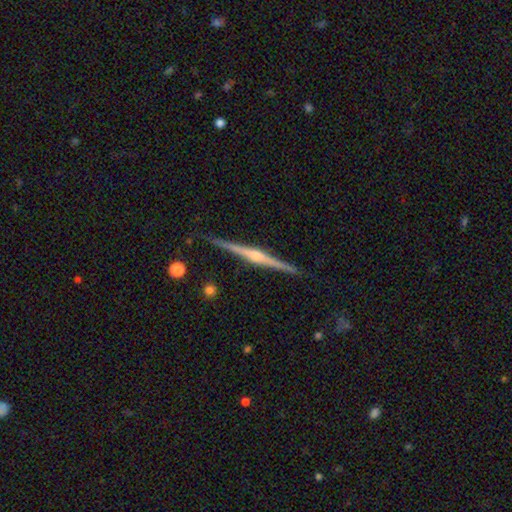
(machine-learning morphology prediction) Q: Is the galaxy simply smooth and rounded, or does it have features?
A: featured or disk — 85%.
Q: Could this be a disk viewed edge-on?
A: yes — 99%.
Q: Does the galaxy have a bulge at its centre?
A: rounded — 86%.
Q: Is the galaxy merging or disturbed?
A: none — 91%.